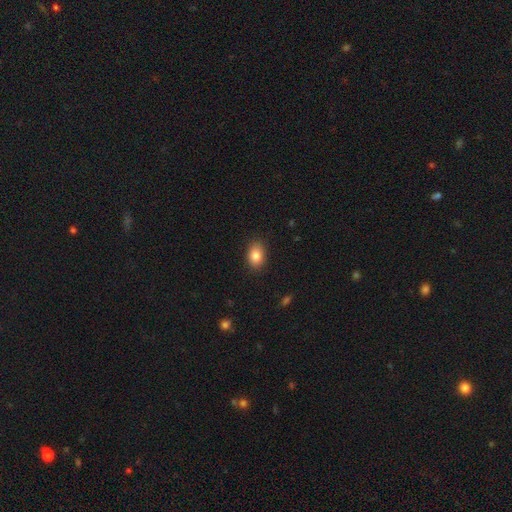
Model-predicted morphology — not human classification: smooth-or-featured: smooth: 85% | star or artifact: 8% | featured or disk: 7%
  how-rounded: in between: 81% | round: 18% | cigar-shaped: 1%
  merging: none: 88% | minor disturbance: 9% | major disturbance: 2% | merger: 1%